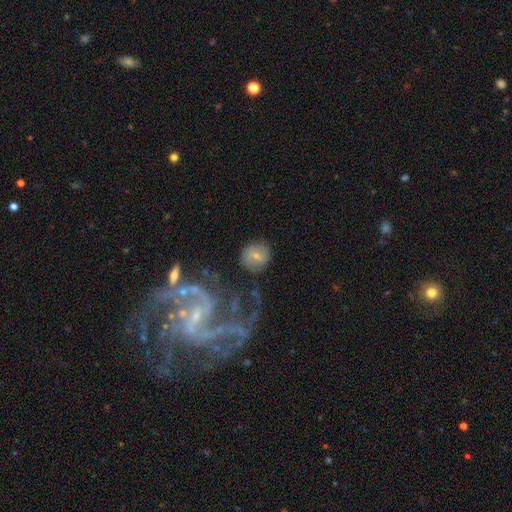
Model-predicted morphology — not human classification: The model was most divided on "smooth or featured": smooth: 54%, featured or disk: 36%, star or artifact: 10%. More confident: how rounded — round (82%); merging — none (78%).